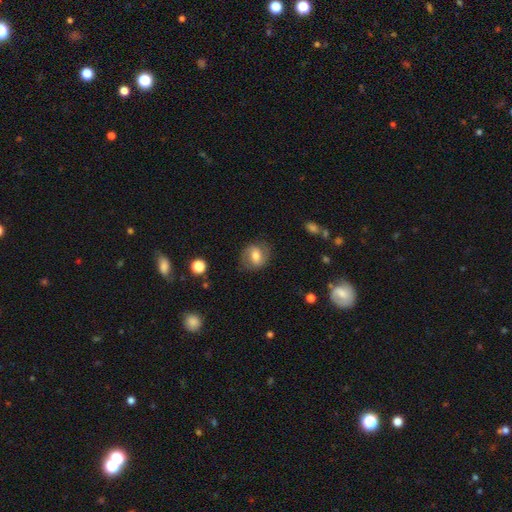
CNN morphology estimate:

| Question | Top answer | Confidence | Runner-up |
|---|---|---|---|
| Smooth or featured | smooth | 55% | featured or disk (37%) |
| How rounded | round | 52% | in between (47%) |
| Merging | none | 76% | minor disturbance (16%) |